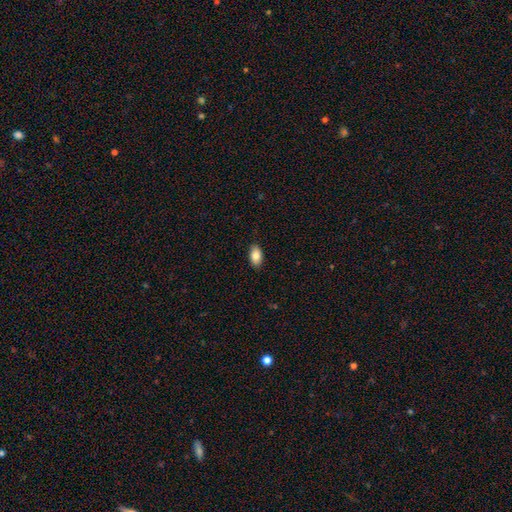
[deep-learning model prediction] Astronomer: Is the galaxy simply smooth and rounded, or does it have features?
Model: smooth — 85%.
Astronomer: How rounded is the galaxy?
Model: in between — 93%.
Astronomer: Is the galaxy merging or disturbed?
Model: none — 89%.